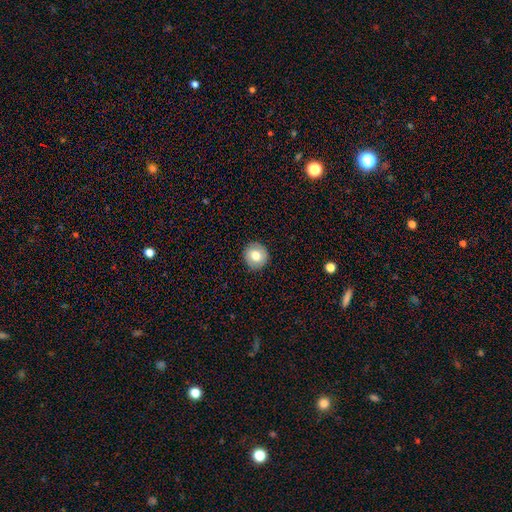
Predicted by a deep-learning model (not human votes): The model was most divided on "smooth or featured": smooth: 76%, featured or disk: 16%, star or artifact: 8%. More confident: merging — none (90%); how rounded — round (90%).